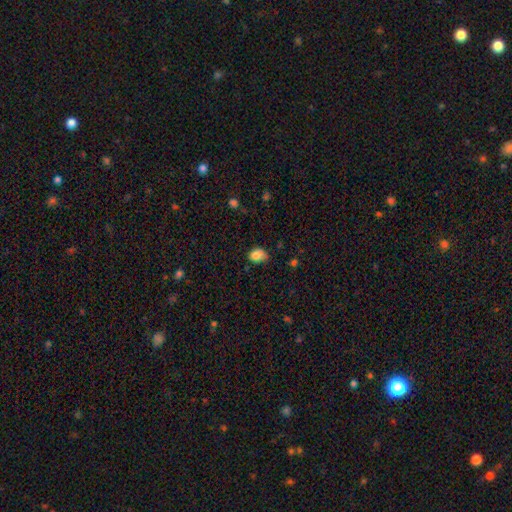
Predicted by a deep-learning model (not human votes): This appears to be a smooth galaxy with no disk features (83%) that is in between round and cigar-shaped (63%). Merging: none (53%).